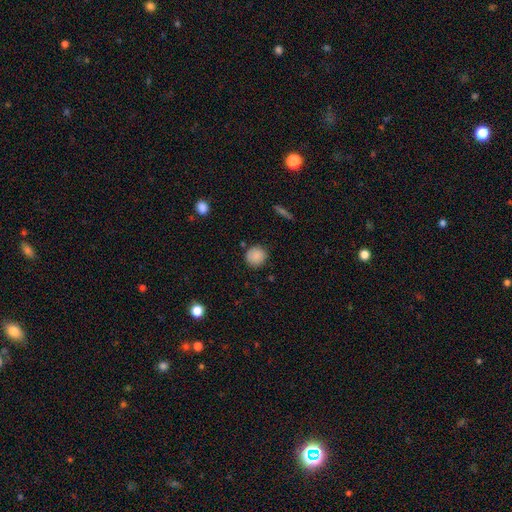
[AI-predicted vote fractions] This appears to be a smooth galaxy with no disk features (87%) that is round (91%). Merging: none (86%).